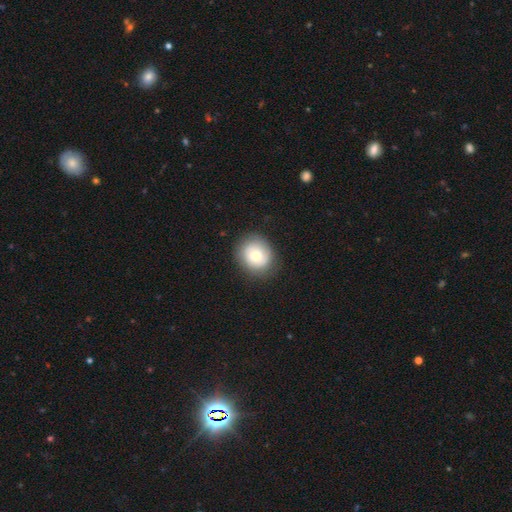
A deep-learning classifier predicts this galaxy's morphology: Overall: smooth (68%). How rounded: round (77%). Merging: none (83%).